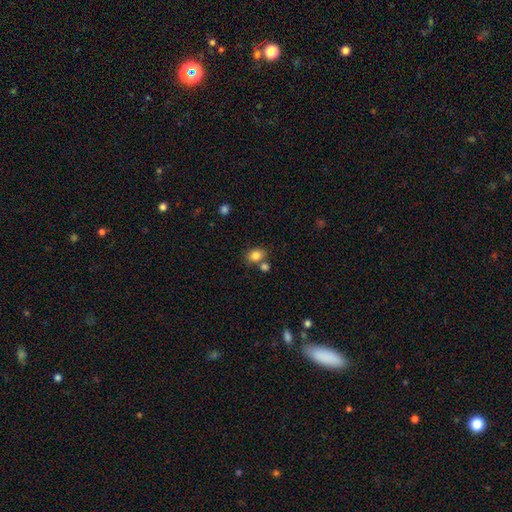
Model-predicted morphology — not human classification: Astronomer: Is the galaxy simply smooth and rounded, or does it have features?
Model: smooth — 83%.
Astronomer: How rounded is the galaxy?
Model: in between — 66%.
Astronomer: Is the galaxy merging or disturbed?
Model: none — 63%.